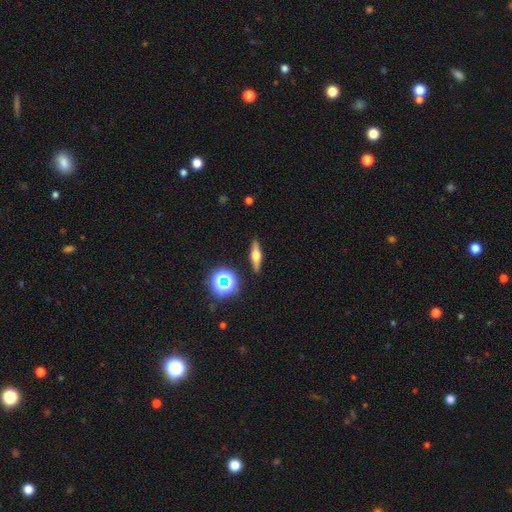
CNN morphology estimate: type=featured or disk (55%); edge-on=yes (93%); edge-on bulge=rounded (93%); merging=none (90%).